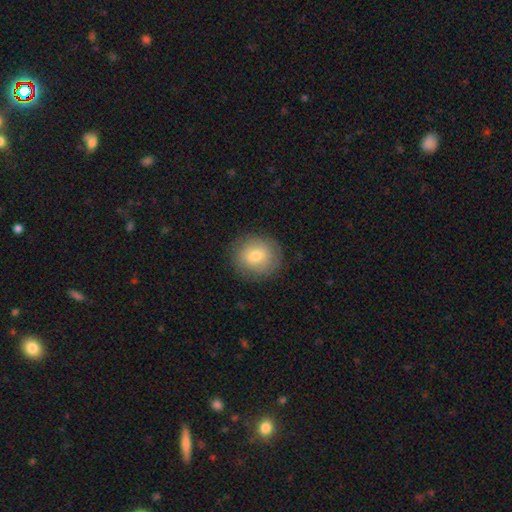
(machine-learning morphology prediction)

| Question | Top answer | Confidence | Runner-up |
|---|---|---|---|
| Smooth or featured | smooth | 73% | featured or disk (18%) |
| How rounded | round | 84% | in between (15%) |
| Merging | none | 86% | minor disturbance (10%) |